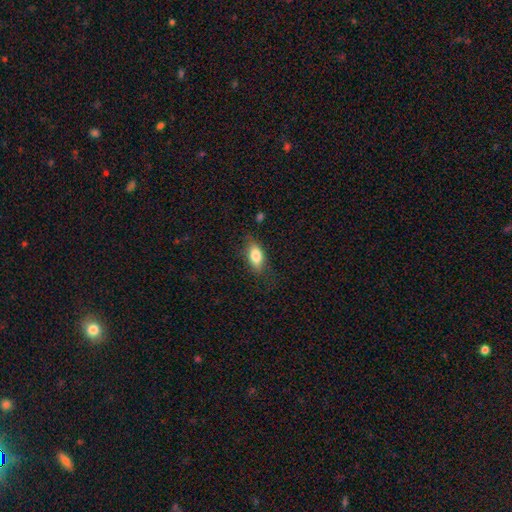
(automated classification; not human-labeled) A smooth galaxy with no disk features (80%) that is in between round and cigar-shaped (83%).

Vote fractions:
- Smooth or featured? smooth: 80% / featured or disk: 13% / star or artifact: 7%
- How rounded? in between: 83% / cigar-shaped: 12% / round: 4%
- Merging? none: 73% / minor disturbance: 20% / major disturbance: 6% / merger: 1%